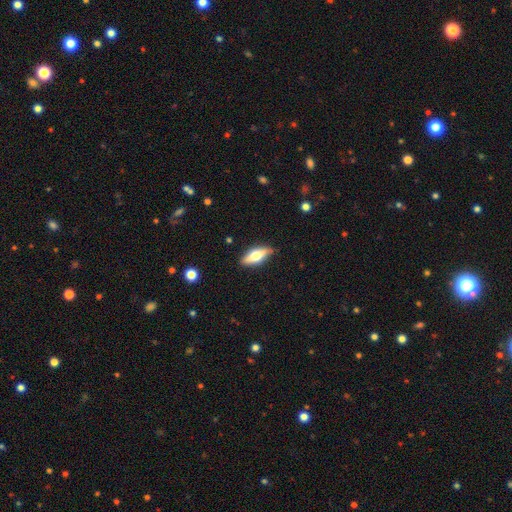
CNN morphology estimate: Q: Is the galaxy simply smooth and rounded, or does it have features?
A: smooth — 51%.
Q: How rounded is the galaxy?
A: in between — 67%.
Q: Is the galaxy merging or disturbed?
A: none — 85%.